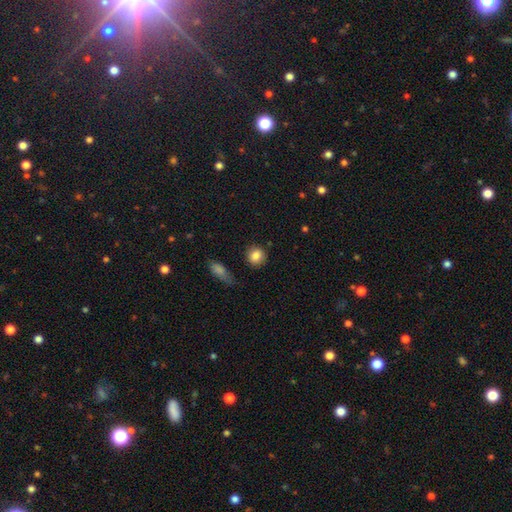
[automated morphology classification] type=smooth (86%); roundness=round (84%); merging=none (83%).